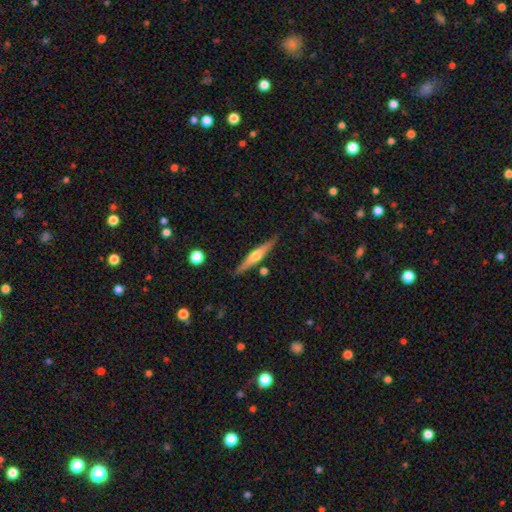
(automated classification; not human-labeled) featured or disk 64%, smooth 30%, star or artifact 5%. Down the decision tree: edge-on disk — yes (97%); edge-on bulge — rounded (89%); merging — none (86%).